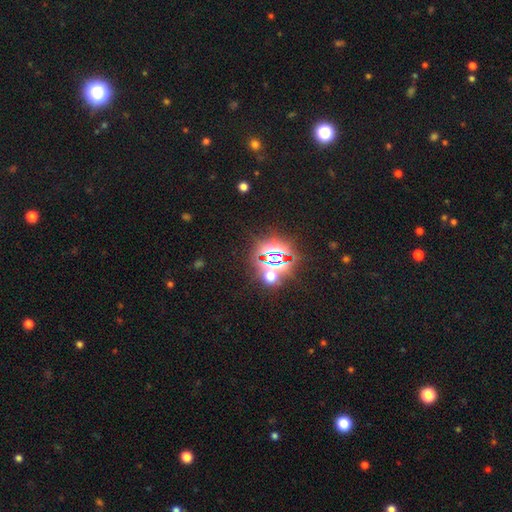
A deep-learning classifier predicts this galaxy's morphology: This is likely a star or artifact rather than a galaxy (79%).